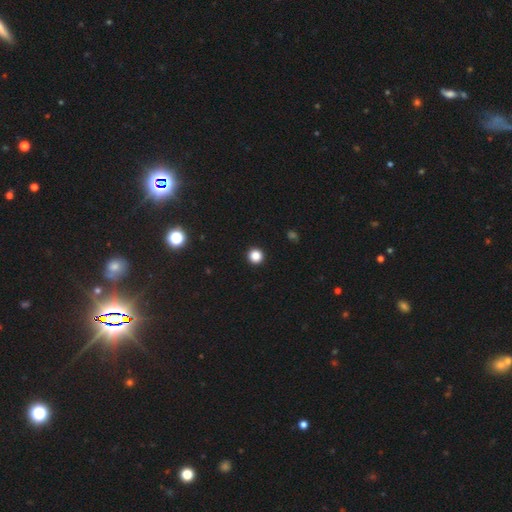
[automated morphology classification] smooth 85%, star or artifact 12%, featured or disk 3%. Down the decision tree: how rounded — round (96%); merging — none (94%).